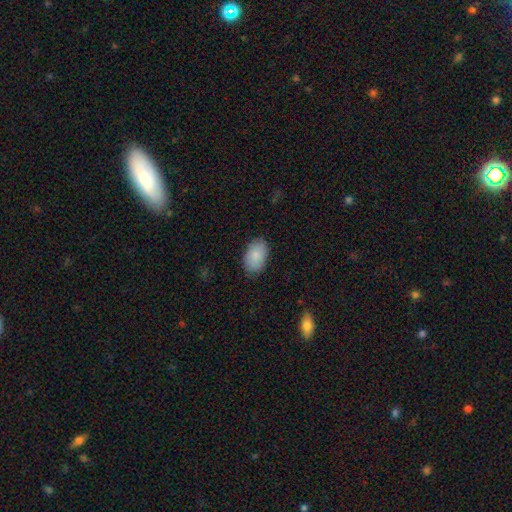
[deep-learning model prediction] Overall: smooth (86%). How rounded: in between (92%). Merging: none (83%).